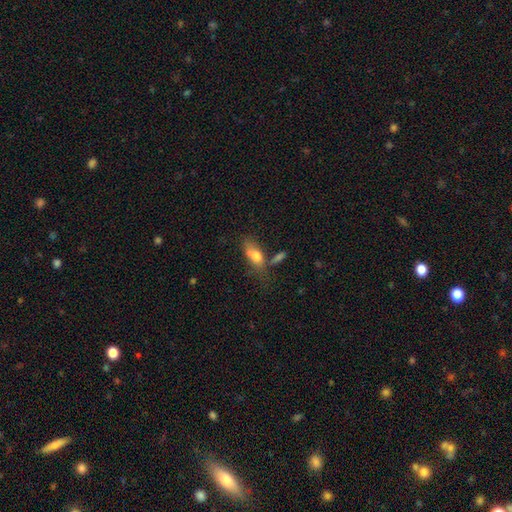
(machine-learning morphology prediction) type=smooth (69%); roundness=in between (78%); merging=none (33%).